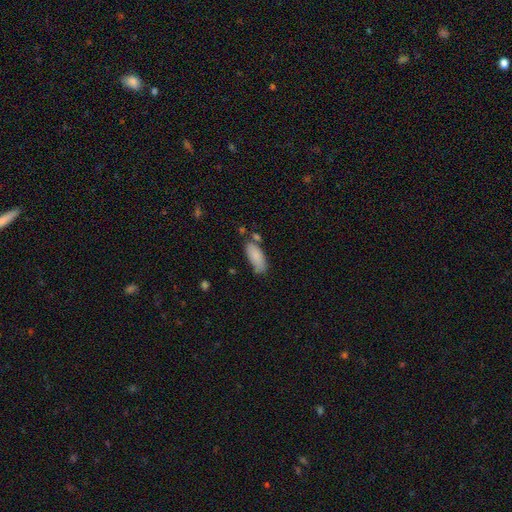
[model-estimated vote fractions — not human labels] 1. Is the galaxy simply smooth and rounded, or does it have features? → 85% smooth, 8% featured or disk, 7% star or artifact.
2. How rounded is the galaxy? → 83% in between, 15% cigar-shaped, 2% round.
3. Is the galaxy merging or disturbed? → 60% none, 24% minor disturbance, 11% merger, 6% major disturbance.